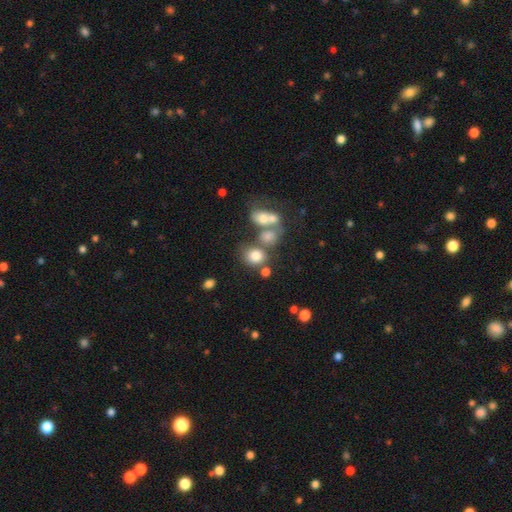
A smooth galaxy with no disk features (78%) that is round (72%). Merging: none (44%).